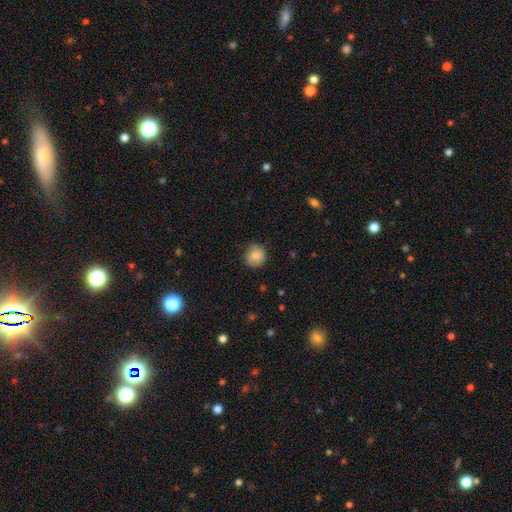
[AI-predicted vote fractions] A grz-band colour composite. It shows a smooth galaxy with no disk features (81%) that is round (86%). Merging: none (74%).